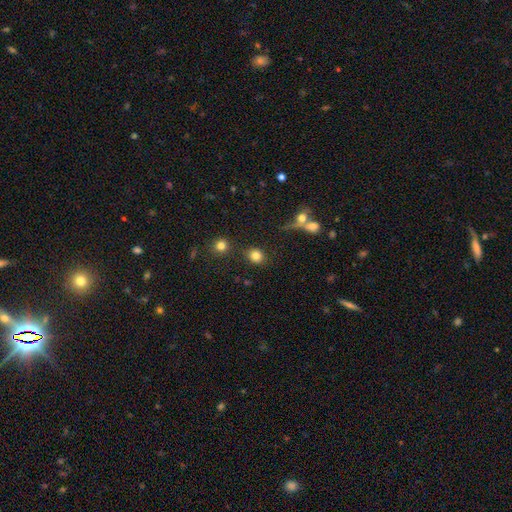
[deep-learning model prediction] Smooth or featured? smooth (82%)
How rounded? round (77%)
Merging? none (81%)